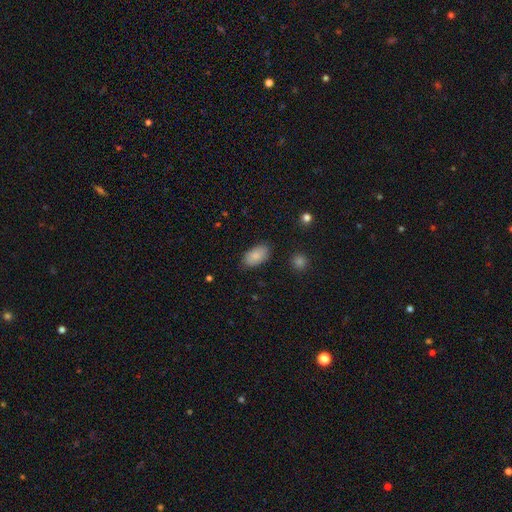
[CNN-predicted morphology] This is clearly a smooth galaxy (86%). How rounded: clearly in between (93%). Merging: clearly none (83%).